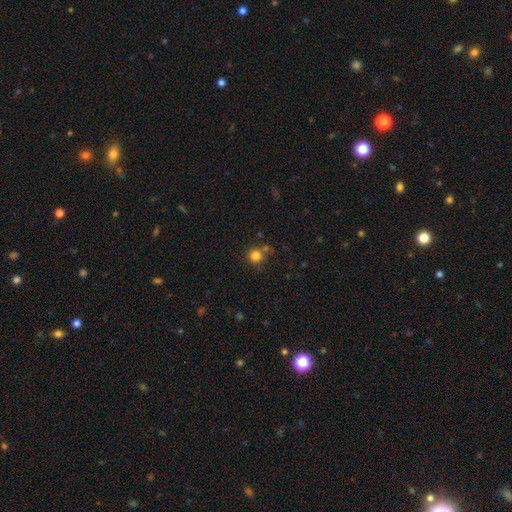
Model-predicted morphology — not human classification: Smooth or featured: smooth — 81% (star or artifact — 13%)
How rounded: round — 93% (in between — 7%)
Merging: none — 71% (merger — 13%)